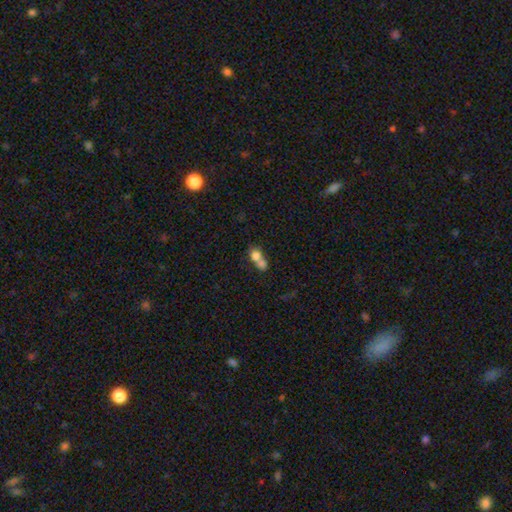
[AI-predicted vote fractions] A smooth galaxy with no disk features (73%) that is round (60%). Merging: merger (71%).